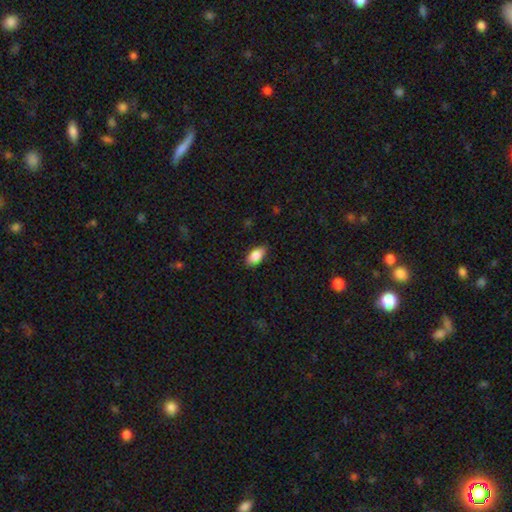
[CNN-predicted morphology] smooth-or-featured: smooth: 85% | featured or disk: 8% | star or artifact: 7%
  how-rounded: in between: 91% | round: 4% | cigar-shaped: 4%
  merging: none: 85% | minor disturbance: 12% | major disturbance: 2% | merger: 1%